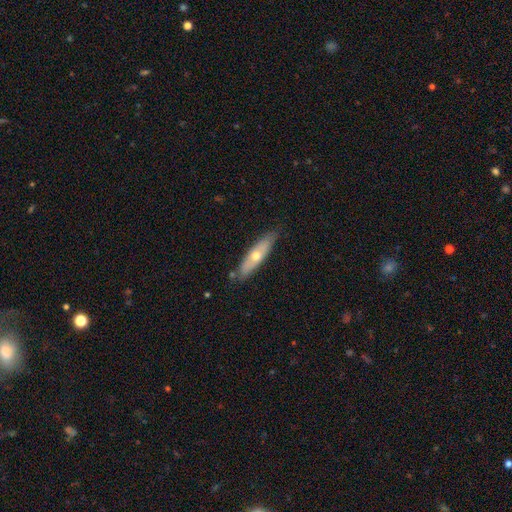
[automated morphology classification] This is possibly a smooth galaxy (49%). Merging: clearly none (80%).